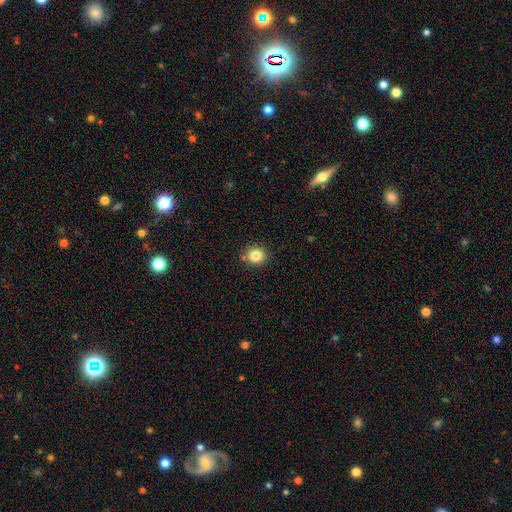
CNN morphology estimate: Smooth or featured: smooth — 83% (star or artifact — 11%)
How rounded: round — 85% (in between — 14%)
Merging: none — 84% (minor disturbance — 9%)